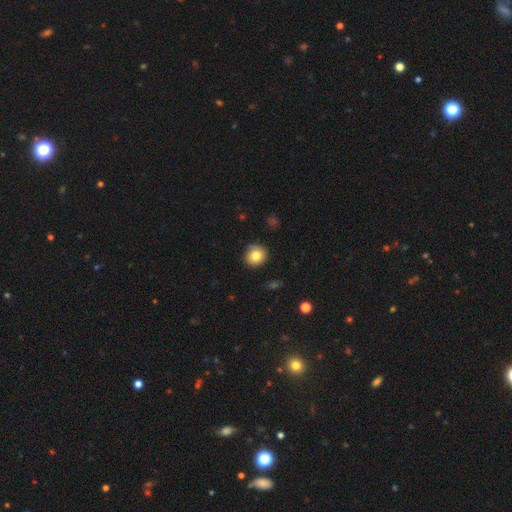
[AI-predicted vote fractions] smooth-or-featured: smooth: 81% | star or artifact: 9% | featured or disk: 9%
  how-rounded: round: 88% | in between: 11% | cigar-shaped: 1%
  merging: none: 83% | minor disturbance: 13% | major disturbance: 3% | merger: 1%